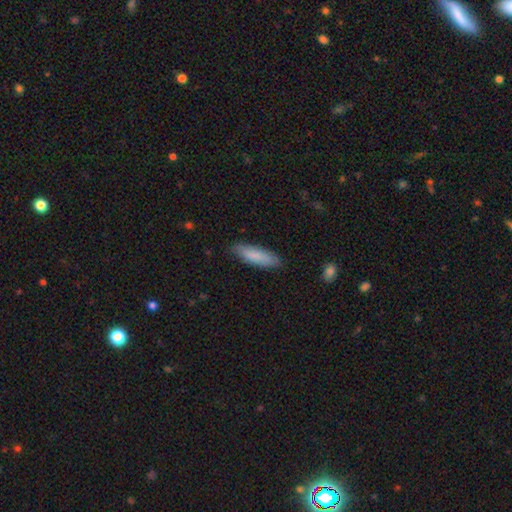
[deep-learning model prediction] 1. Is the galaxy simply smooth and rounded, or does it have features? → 85% smooth, 10% featured or disk, 5% star or artifact.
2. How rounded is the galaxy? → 61% cigar-shaped, 38% in between, 1% round.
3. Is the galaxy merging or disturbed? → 85% none, 12% minor disturbance, 2% major disturbance, 1% merger.